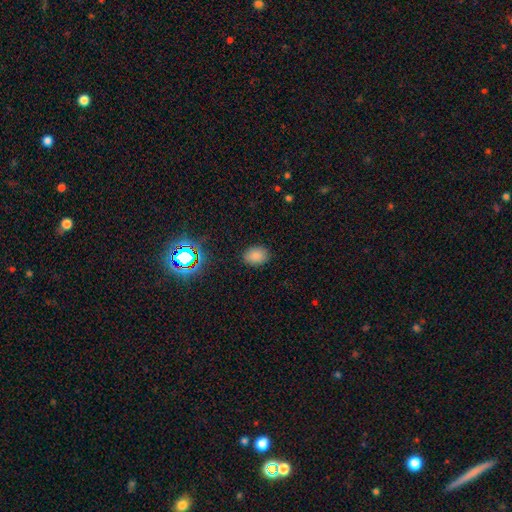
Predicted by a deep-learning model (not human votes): smooth 79%, star or artifact 16%, featured or disk 5%. Down the decision tree: how rounded — in between (67%); merging — none (85%).